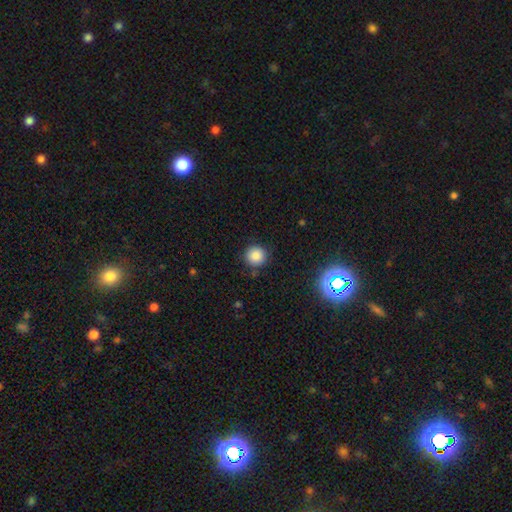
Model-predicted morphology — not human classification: Overall: smooth (84%). How rounded: round (93%). Merging: none (87%).